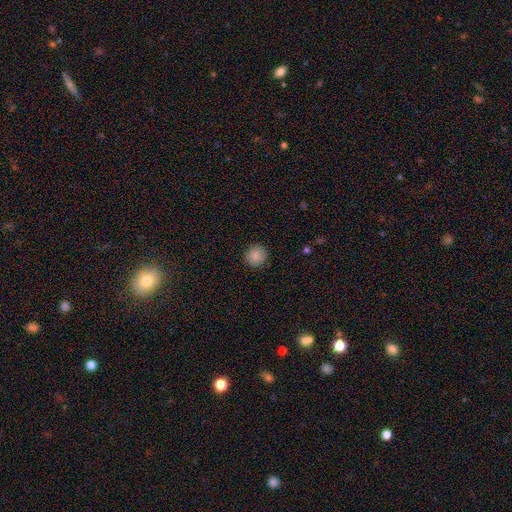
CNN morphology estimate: Q: Smooth or featured?
A: smooth (87%); runner-up: star or artifact (8%)
Q: How rounded?
A: round (93%); runner-up: in between (6%)
Q: Merging?
A: none (91%); runner-up: minor disturbance (7%)